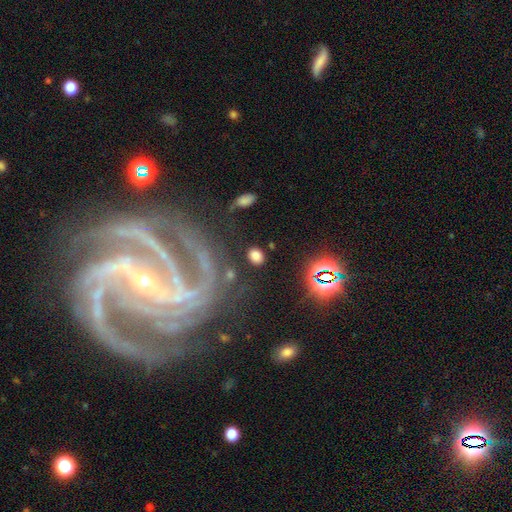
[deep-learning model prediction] This appears to be a smooth galaxy with no disk features (74%) that is in between round and cigar-shaped (57%). Merging: none (79%).